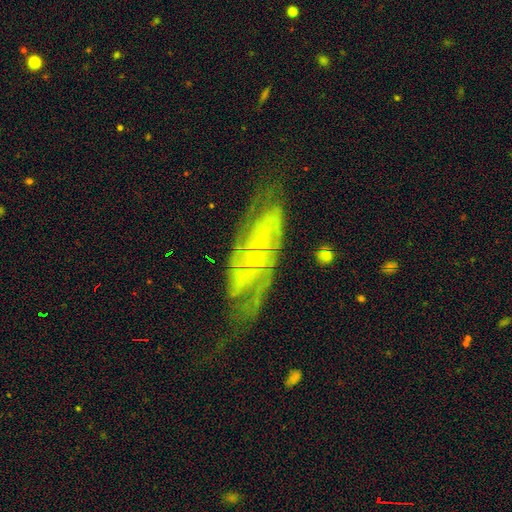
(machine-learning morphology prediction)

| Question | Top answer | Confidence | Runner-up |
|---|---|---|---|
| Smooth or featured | featured or disk | 88% | star or artifact (6%) |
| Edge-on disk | no | 88% | yes (12%) |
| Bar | strong | 40% | weak (39%) |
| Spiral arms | yes | 96% | no (4%) |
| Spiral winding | medium | 45% | tight (40%) |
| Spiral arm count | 2 | 70% | can't tell (13%) |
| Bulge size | small | 74% | moderate (21%) |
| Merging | none | 69% | minor disturbance (19%) |